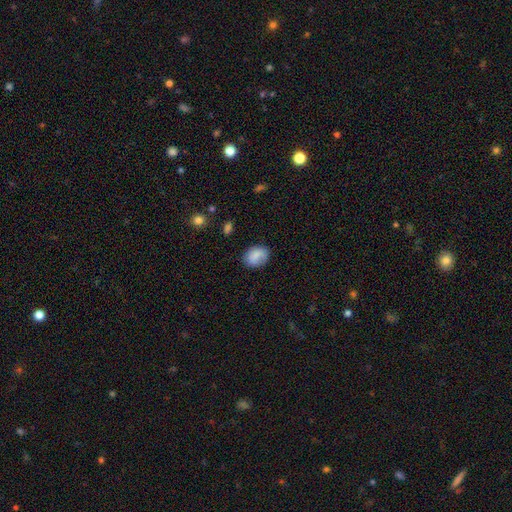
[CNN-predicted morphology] A smooth galaxy with no disk features (81%) that is in between round and cigar-shaped (63%).

Vote fractions:
- Smooth or featured? smooth: 81% / featured or disk: 11% / star or artifact: 8%
- How rounded? in between: 63% / round: 36% / cigar-shaped: 1%
- Merging? none: 75% / minor disturbance: 18% / major disturbance: 5% / merger: 2%